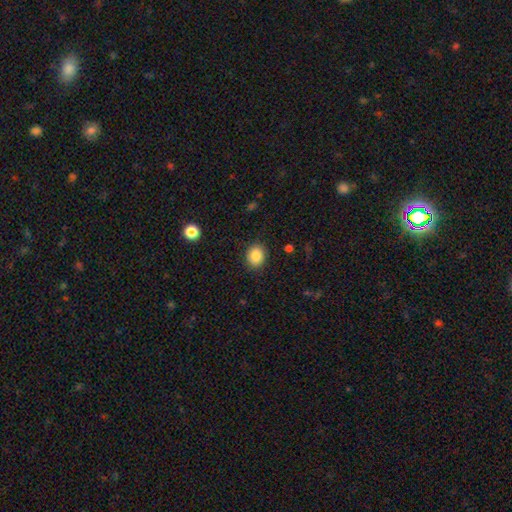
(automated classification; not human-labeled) This appears to be a smooth galaxy with no disk features (87%) that is round (55%). Merging: none (87%).